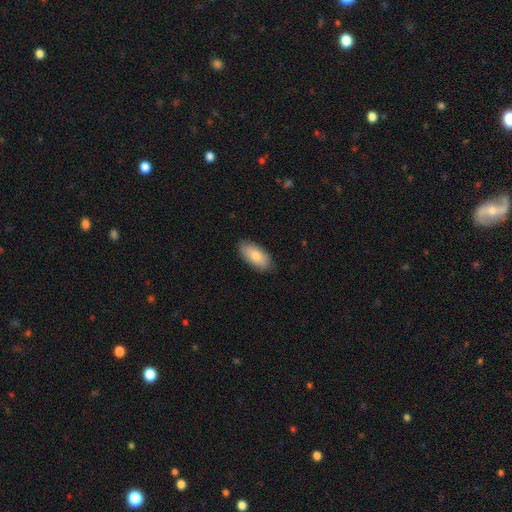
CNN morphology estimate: This appears to be a smooth galaxy with no disk features (80%) that is in between round and cigar-shaped (91%). Merging: none (85%).